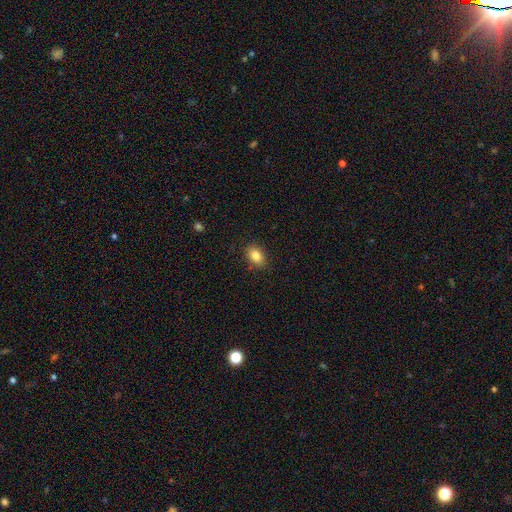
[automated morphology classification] smooth-or-featured: smooth: 85% | star or artifact: 9% | featured or disk: 6%
  how-rounded: in between: 79% | round: 19% | cigar-shaped: 1%
  merging: none: 86% | minor disturbance: 10% | major disturbance: 2% | merger: 1%